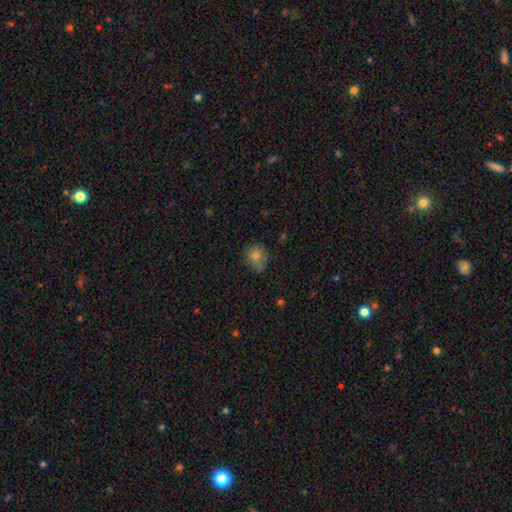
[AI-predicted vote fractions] A smooth galaxy with no disk features (71%) that is round (76%).

Vote fractions:
- Smooth or featured? smooth: 71% / featured or disk: 15% / star or artifact: 13%
- How rounded? round: 76% / in between: 23% / cigar-shaped: 1%
- Merging? none: 60% / minor disturbance: 28% / major disturbance: 8% / merger: 4%